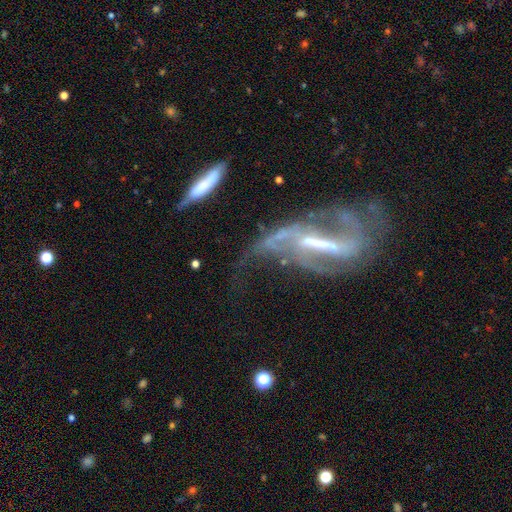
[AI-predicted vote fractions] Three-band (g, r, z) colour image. It shows a featured or disk galaxy (81%) with a strong bar (58%), 2 (64%) loose (57%) spiral arms (82%) and a small central bulge (40%). Merging: major disturbance (39%).